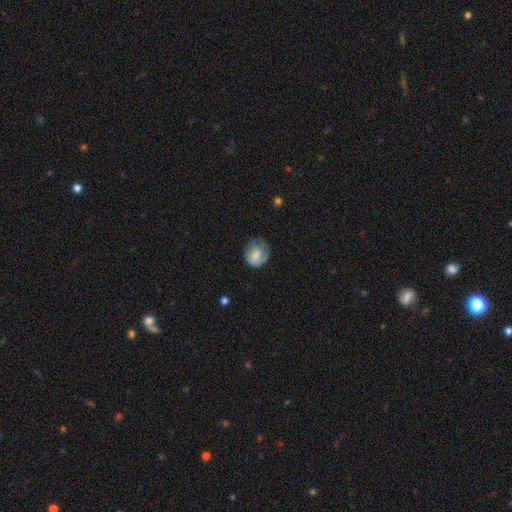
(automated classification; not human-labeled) A smooth galaxy with no disk features (72%) that is round (73%).

Vote fractions:
- Smooth or featured? smooth: 72% / featured or disk: 21% / star or artifact: 8%
- How rounded? round: 73% / in between: 26% / cigar-shaped: 1%
- Merging? none: 53% / minor disturbance: 30% / major disturbance: 15% / merger: 2%